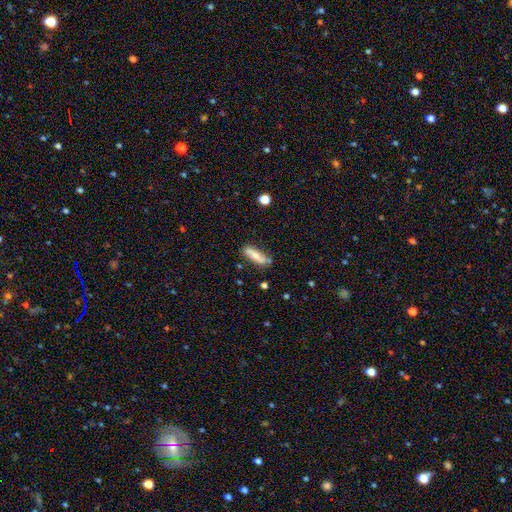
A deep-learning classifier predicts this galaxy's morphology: smooth 63%, featured or disk 30%, star or artifact 7%. Down the decision tree: how rounded — cigar-shaped (62%); merging — none (74%).